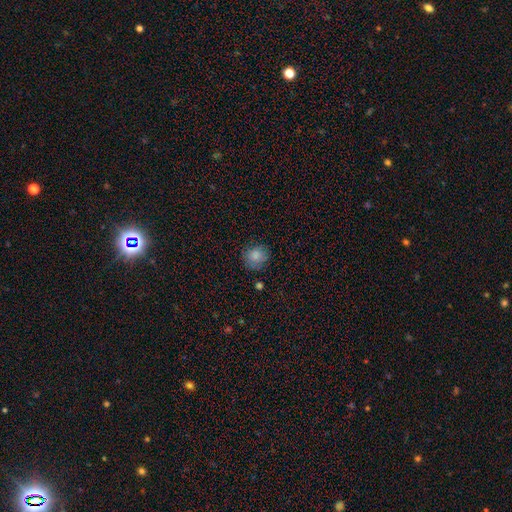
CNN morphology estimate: smooth_or_featured: smooth (p=0.84) [alt: star or artifact p=0.10]
how_rounded: round (p=0.83) [alt: in between p=0.16]
merging: none (p=0.80) [alt: minor disturbance p=0.15]